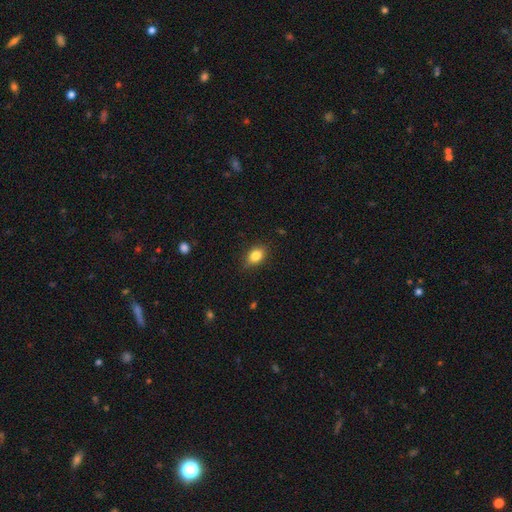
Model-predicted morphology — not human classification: Smooth or featured: smooth — 84% (star or artifact — 9%)
How rounded: in between — 79% (round — 19%)
Merging: none — 84% (minor disturbance — 12%)